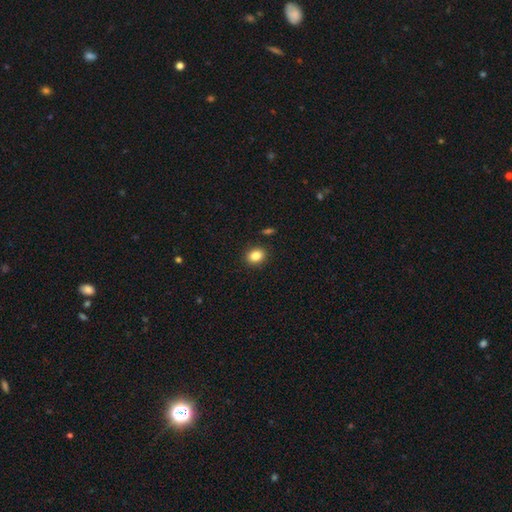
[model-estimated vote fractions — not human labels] A smooth galaxy with no disk features (85%) that is in between round and cigar-shaped (51%).

Vote fractions:
- Smooth or featured? smooth: 85% / star or artifact: 10% / featured or disk: 5%
- How rounded? in between: 51% / round: 48% / cigar-shaped: 1%
- Merging? none: 89% / minor disturbance: 7% / major disturbance: 2% / merger: 2%